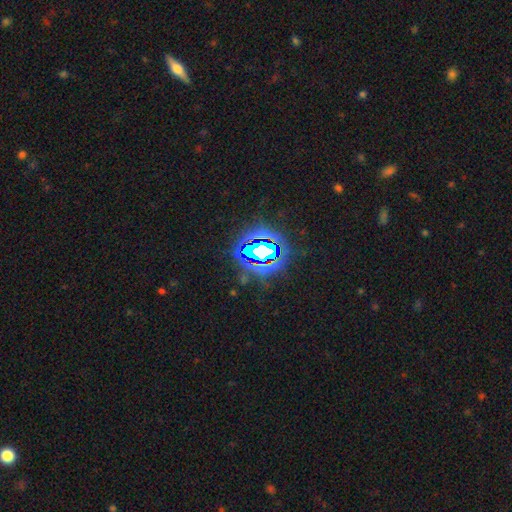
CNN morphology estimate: A star or artifact, not a galaxy (77%).